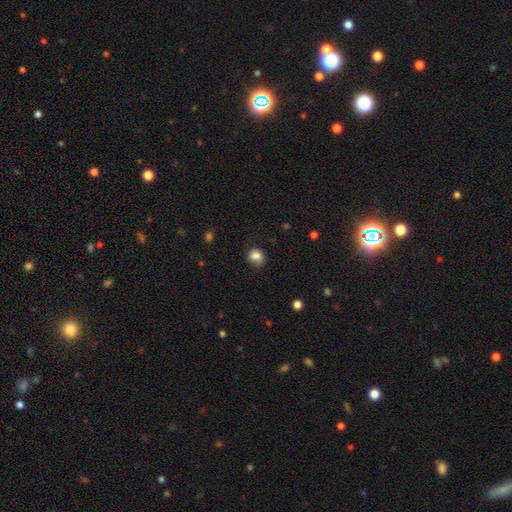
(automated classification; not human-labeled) The model was most divided on "how rounded": round: 69%, in between: 30%, cigar-shaped: 1%. More confident: smooth or featured — smooth (86%); merging — none (75%).